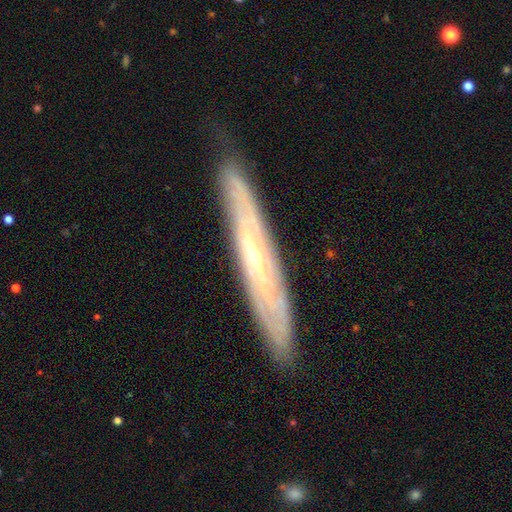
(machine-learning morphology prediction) type=featured or disk (76%); edge-on=yes (57%); merging=none (82%).